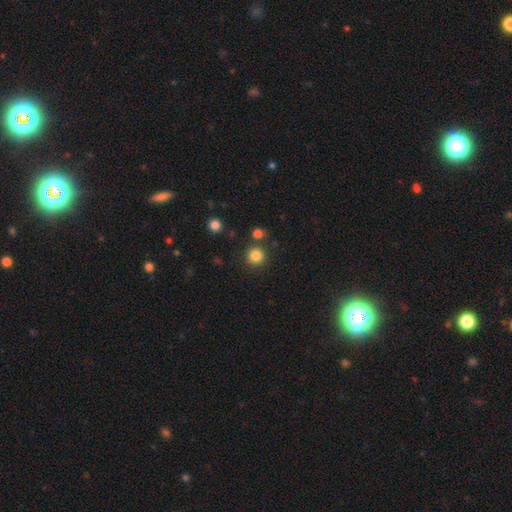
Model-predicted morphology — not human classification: This is clearly a smooth galaxy (84%). How rounded: clearly round (93%). Merging: clearly none (84%).